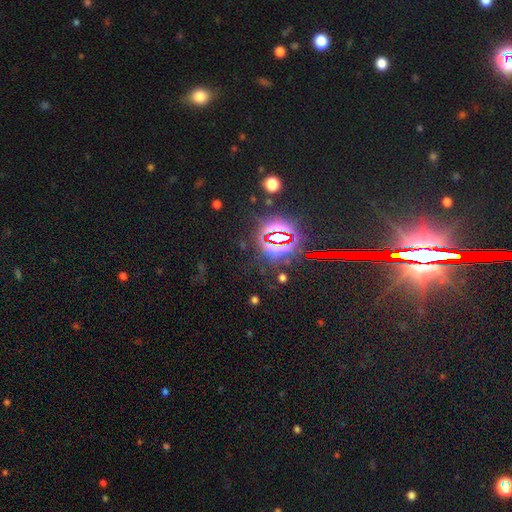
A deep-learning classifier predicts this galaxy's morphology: star or artifact 81%, smooth 10%, featured or disk 10%.